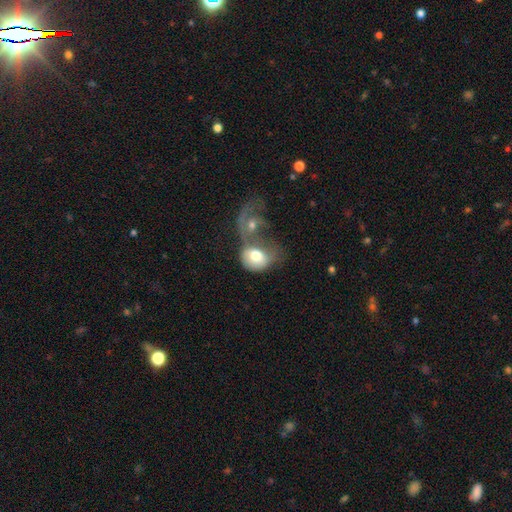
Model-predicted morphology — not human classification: Smooth or featured? Predicted: smooth (p=0.63). How rounded? Predicted: in between (p=0.52). Merging? Predicted: merger (p=0.63).